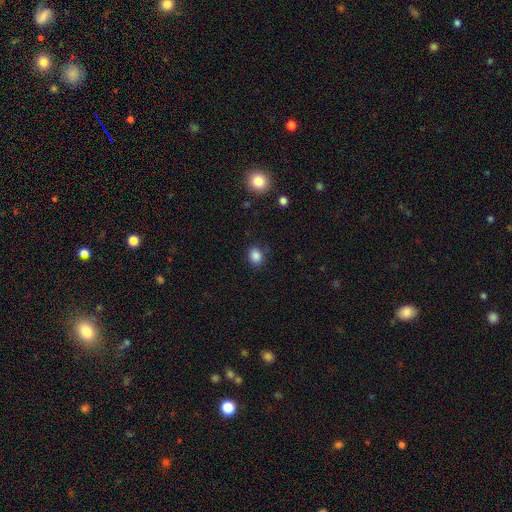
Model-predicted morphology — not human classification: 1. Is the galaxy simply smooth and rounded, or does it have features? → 86% smooth, 10% star or artifact, 4% featured or disk.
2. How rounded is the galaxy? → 52% in between, 46% round, 1% cigar-shaped.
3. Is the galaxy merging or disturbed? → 81% none, 14% minor disturbance, 4% major disturbance, 2% merger.